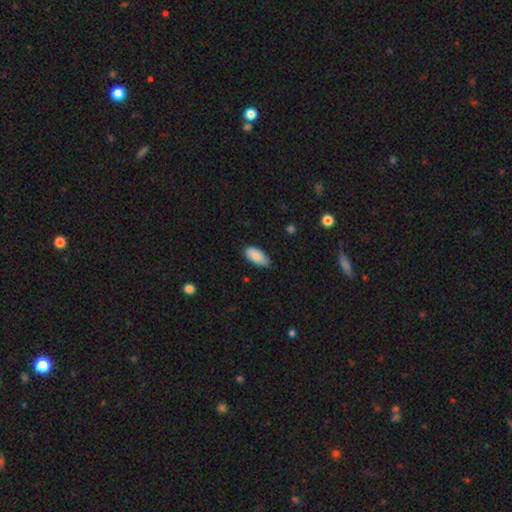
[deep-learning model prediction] Smooth or featured? smooth (85%)
How rounded? in between (92%)
Merging? none (78%)